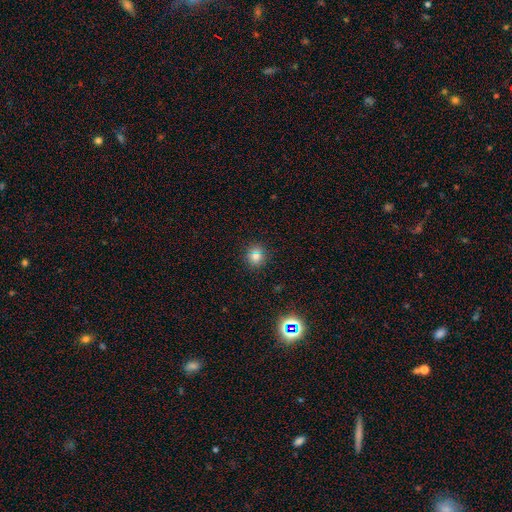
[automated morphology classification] A smooth galaxy with no disk features (73%) that is round (89%).

Vote fractions:
- Smooth or featured? smooth: 73% / star or artifact: 19% / featured or disk: 7%
- How rounded? round: 89% / in between: 10% / cigar-shaped: 1%
- Merging? none: 87% / minor disturbance: 8% / merger: 3% / major disturbance: 2%